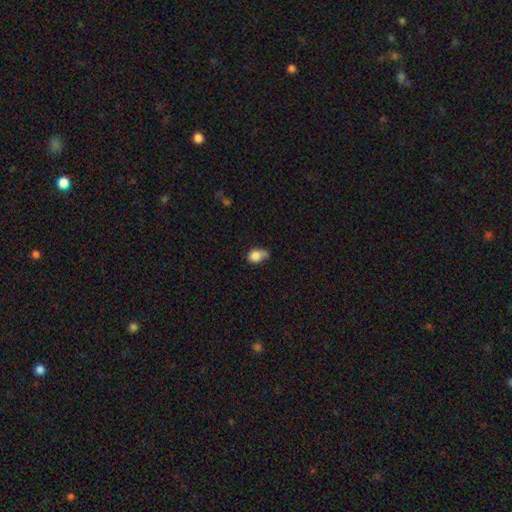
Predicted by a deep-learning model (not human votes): smooth-or-featured: smooth: 82% | featured or disk: 9% | star or artifact: 8%
  how-rounded: in between: 68% | round: 31% | cigar-shaped: 2%
  merging: minor disturbance: 43% | none: 37% | major disturbance: 15% | merger: 5%